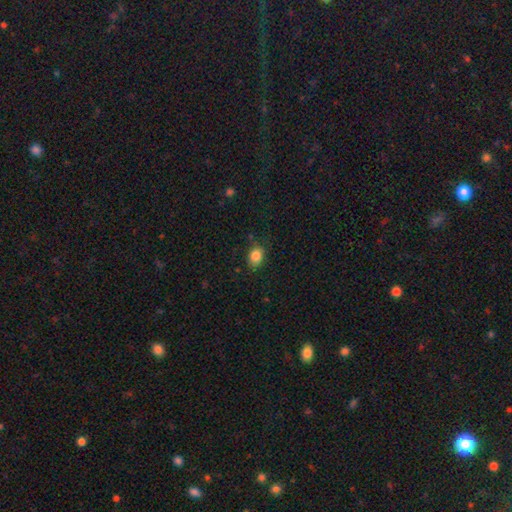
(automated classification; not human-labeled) Smooth or featured? smooth (85%)
How rounded? in between (64%)
Merging? none (81%)